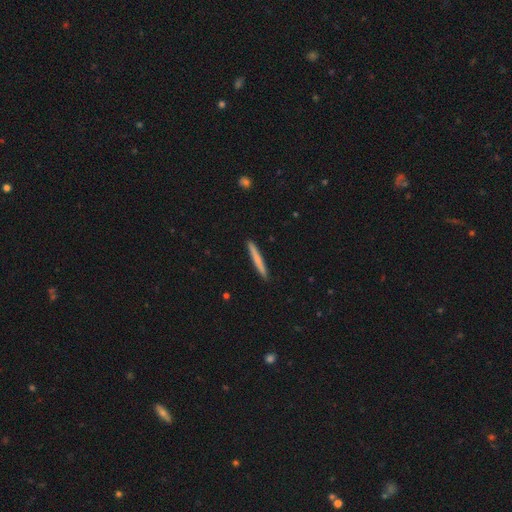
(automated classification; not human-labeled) smooth-or-featured: smooth: 59% | featured or disk: 30% | star or artifact: 11%
  how-rounded: cigar-shaped: 94% | in between: 4% | round: 2%
  merging: none: 89% | minor disturbance: 7% | major disturbance: 2% | merger: 2%